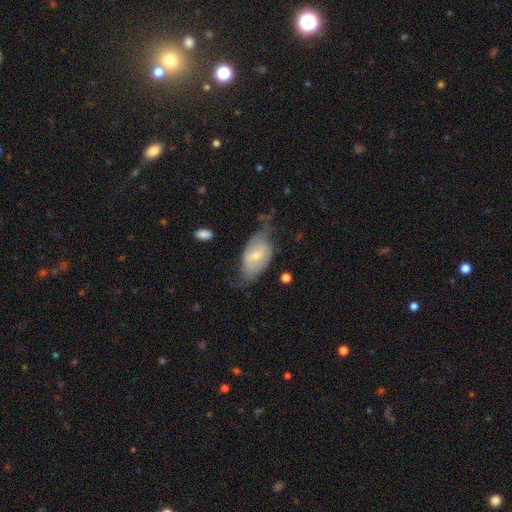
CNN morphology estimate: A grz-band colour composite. It shows a smooth galaxy with no disk features (49%). Merging: none (44%).